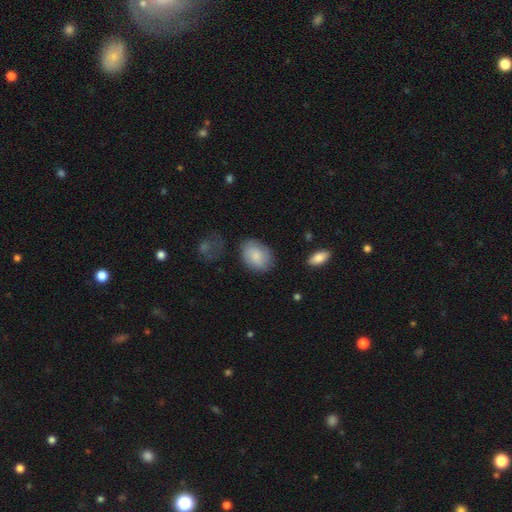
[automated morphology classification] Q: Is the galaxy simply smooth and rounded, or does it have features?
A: smooth — 82%.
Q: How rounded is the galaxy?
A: in between — 80%.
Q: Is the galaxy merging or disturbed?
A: none — 75%.